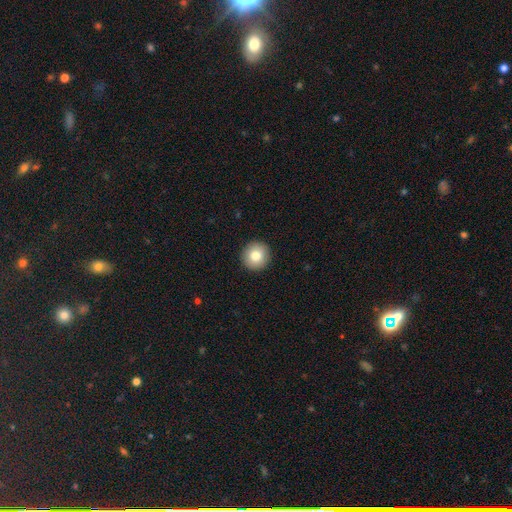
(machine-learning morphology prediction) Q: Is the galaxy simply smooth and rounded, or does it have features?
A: smooth — 81%.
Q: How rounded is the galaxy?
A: round — 95%.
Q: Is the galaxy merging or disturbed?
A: none — 93%.